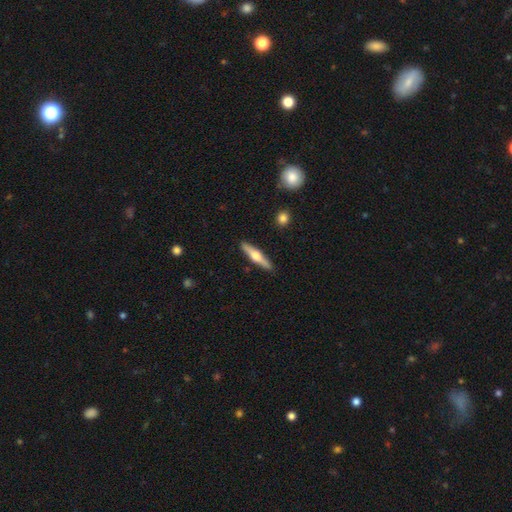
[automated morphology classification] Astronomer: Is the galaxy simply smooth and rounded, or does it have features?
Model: featured or disk — 55% (runner-up: smooth, 39%).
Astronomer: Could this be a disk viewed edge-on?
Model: yes — 95%.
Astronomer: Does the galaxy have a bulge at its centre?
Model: rounded — 93%.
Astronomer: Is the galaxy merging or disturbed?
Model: none — 90%.